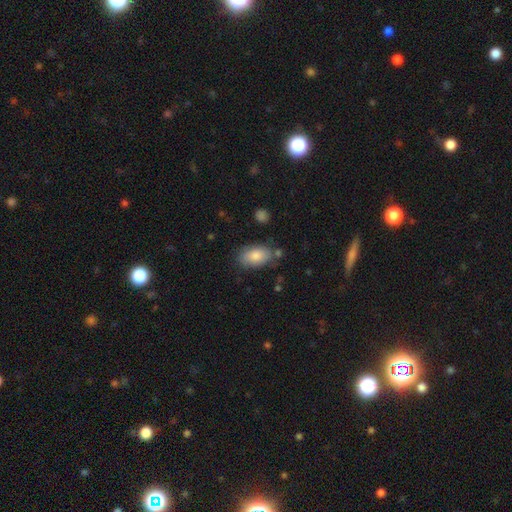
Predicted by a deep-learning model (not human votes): Q: Smooth or featured?
A: smooth (83%); runner-up: featured or disk (11%)
Q: How rounded?
A: in between (92%); runner-up: round (6%)
Q: Merging?
A: none (74%); runner-up: minor disturbance (17%)